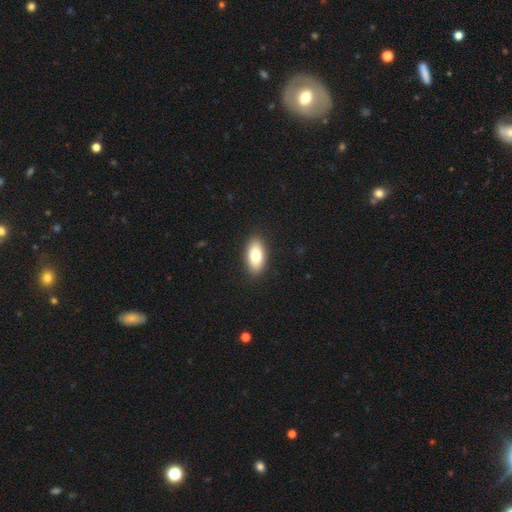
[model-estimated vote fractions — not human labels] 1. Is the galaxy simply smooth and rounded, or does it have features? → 79% smooth, 14% featured or disk, 7% star or artifact.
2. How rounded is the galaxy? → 91% in between, 6% cigar-shaped, 3% round.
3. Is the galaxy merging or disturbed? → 90% none, 7% minor disturbance, 2% major disturbance, 1% merger.